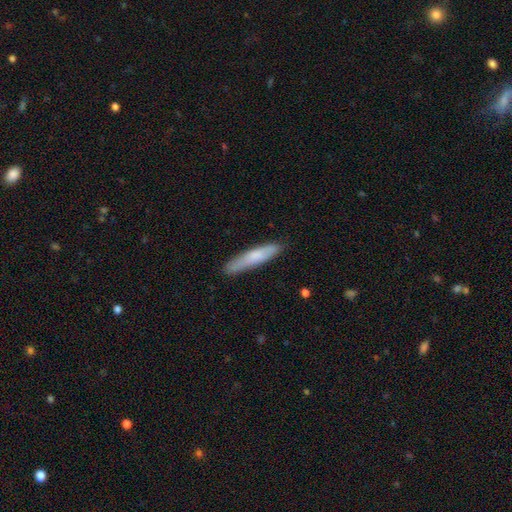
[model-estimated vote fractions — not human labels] smooth-or-featured: smooth: 71% | featured or disk: 24% | star or artifact: 6%
  how-rounded: cigar-shaped: 90% | in between: 9% | round: 1%
  merging: none: 87% | minor disturbance: 10% | major disturbance: 2% | merger: 1%